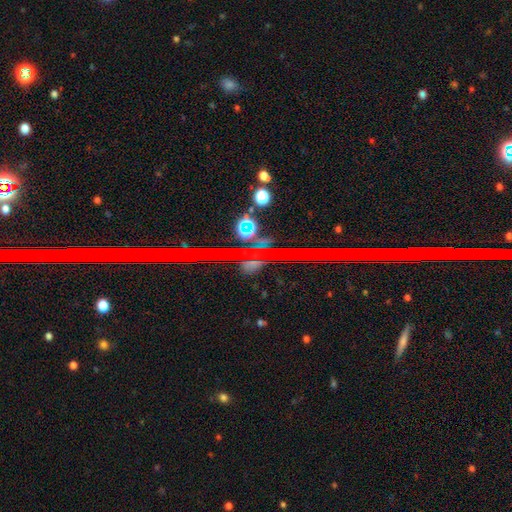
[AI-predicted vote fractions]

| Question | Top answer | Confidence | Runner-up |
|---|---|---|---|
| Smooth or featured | star or artifact | 68% | featured or disk (16%) |